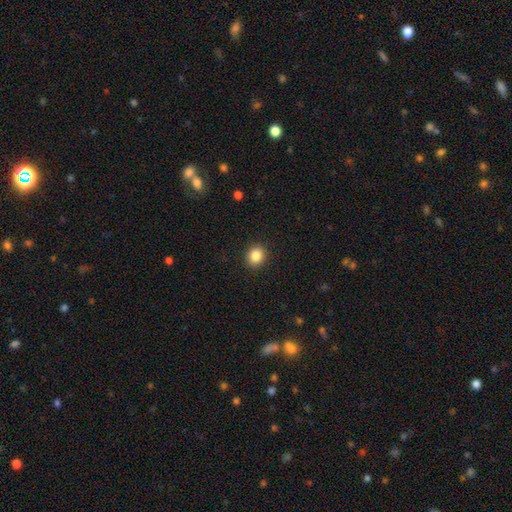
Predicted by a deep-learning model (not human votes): The model was most divided on "how rounded": round: 72%, in between: 27%, cigar-shaped: 1%. More confident: merging — none (91%); smooth or featured — smooth (85%).